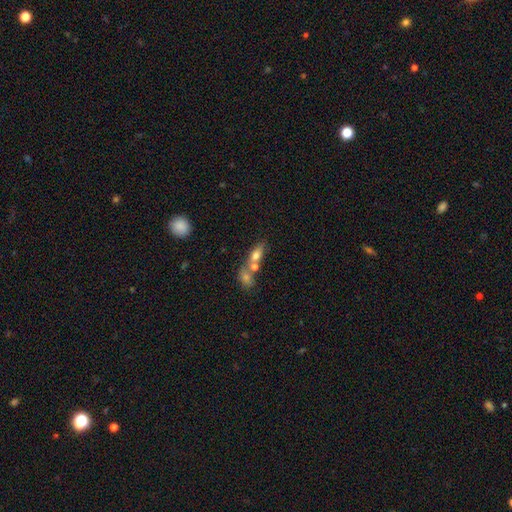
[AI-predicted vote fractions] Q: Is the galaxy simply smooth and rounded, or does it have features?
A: smooth — 67%.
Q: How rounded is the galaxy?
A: in between — 70%.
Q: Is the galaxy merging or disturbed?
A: merger — 52%.